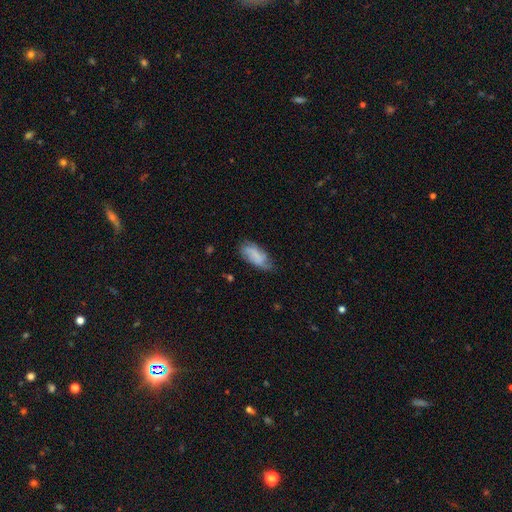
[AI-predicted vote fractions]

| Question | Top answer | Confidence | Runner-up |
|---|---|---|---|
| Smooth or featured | smooth | 61% | featured or disk (31%) |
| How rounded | in between | 88% | cigar-shaped (9%) |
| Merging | none | 57% | minor disturbance (31%) |